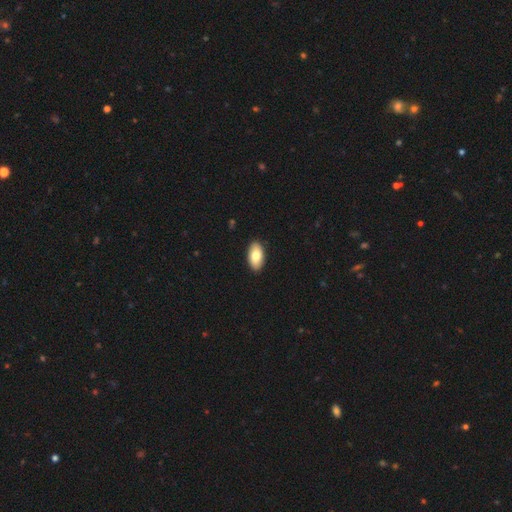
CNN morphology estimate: Smooth or featured?
  - smooth: 80% *
  - featured or disk: 14%
  - star or artifact: 6%
How rounded?
  - in between: 94% *
  - cigar-shaped: 3%
  - round: 3%
Merging?
  - none: 91% *
  - minor disturbance: 7%
  - major disturbance: 2%
  - merger: 1%